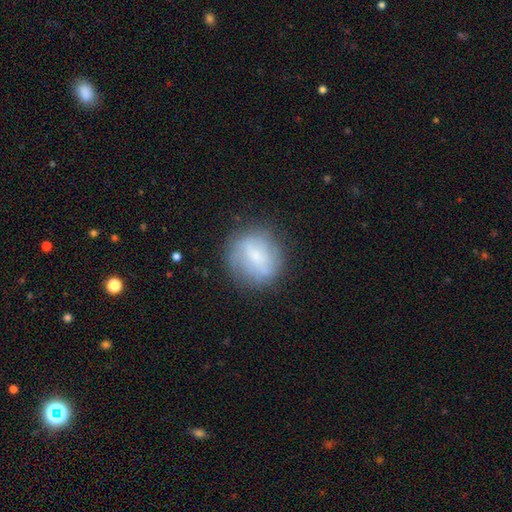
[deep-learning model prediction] A smooth galaxy with no disk features (57%) that is round (81%).

Vote fractions:
- Smooth or featured? smooth: 57% / featured or disk: 34% / star or artifact: 9%
- How rounded? round: 81% / in between: 18% / cigar-shaped: 1%
- Merging? none: 73% / minor disturbance: 18% / major disturbance: 7% / merger: 2%